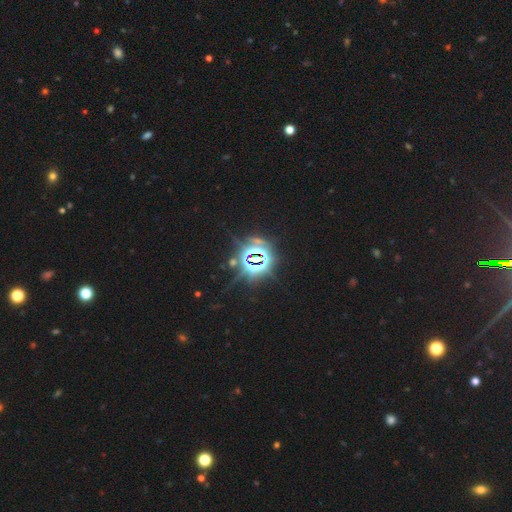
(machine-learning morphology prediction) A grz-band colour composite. It shows a star or artifact, not a galaxy (83%).